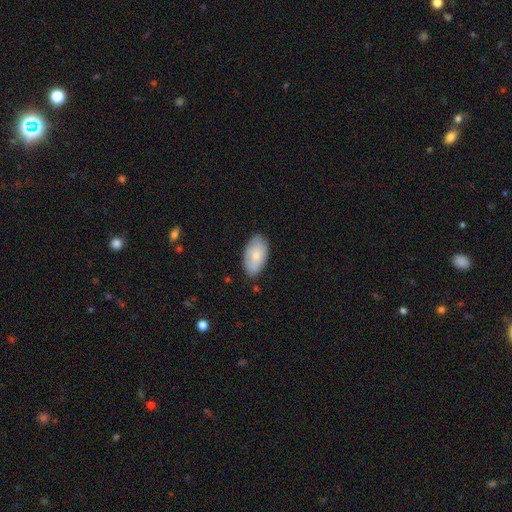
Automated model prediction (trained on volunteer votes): smooth_or_featured: smooth (p=0.70) [alt: featured or disk p=0.24]
how_rounded: in between (p=0.95) [alt: round p=0.03]
merging: none (p=0.77) [alt: minor disturbance p=0.18]